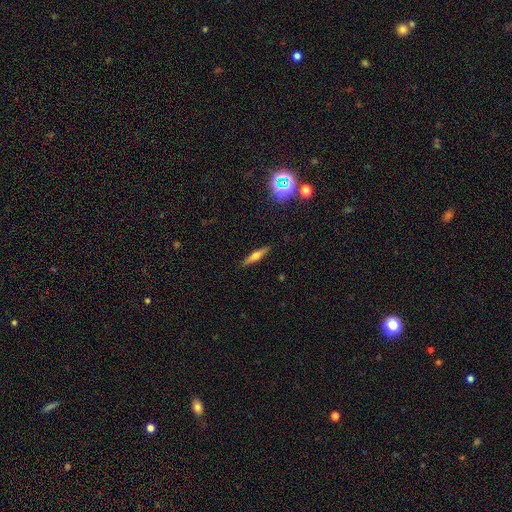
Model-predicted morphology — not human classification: This is possibly a featured or disk galaxy (49%). Merging: clearly none (89%).